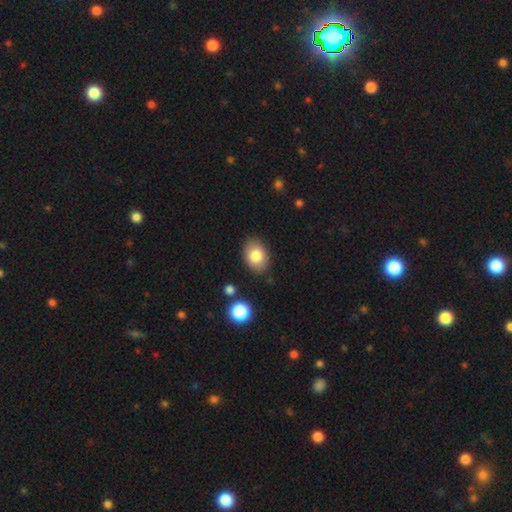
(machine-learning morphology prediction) type=smooth (82%); roundness=in between (78%); merging=none (85%).